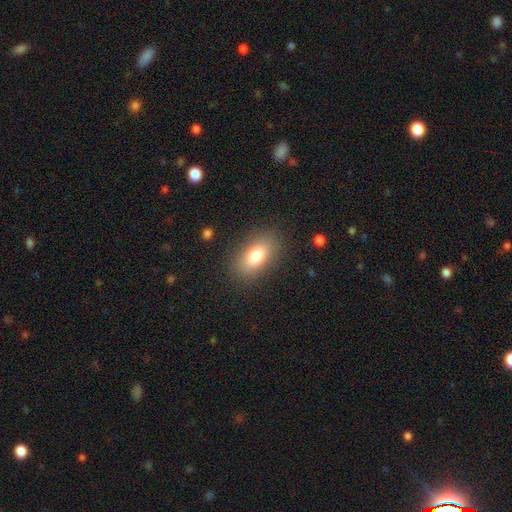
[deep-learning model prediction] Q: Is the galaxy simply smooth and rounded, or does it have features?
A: smooth — 79%.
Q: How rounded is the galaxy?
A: in between — 88%.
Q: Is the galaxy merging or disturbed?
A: none — 85%.